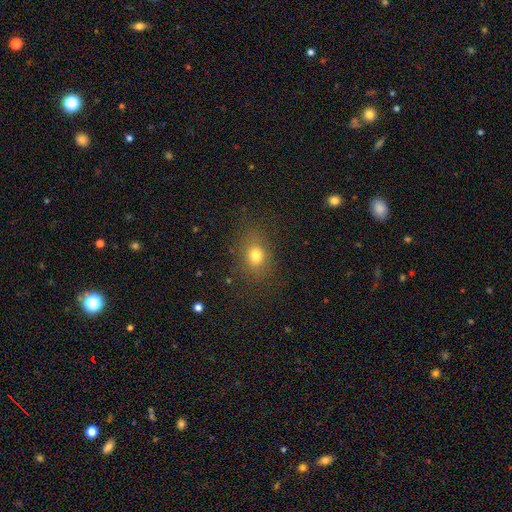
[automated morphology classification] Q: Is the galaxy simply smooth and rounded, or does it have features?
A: smooth — 76%.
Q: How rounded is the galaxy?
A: in between — 59%.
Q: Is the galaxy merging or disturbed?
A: none — 80%.